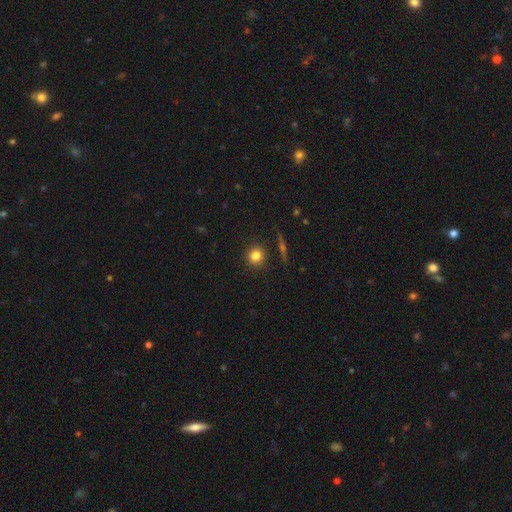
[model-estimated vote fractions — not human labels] Smooth or featured? smooth (81%)
How rounded? round (92%)
Merging? none (89%)